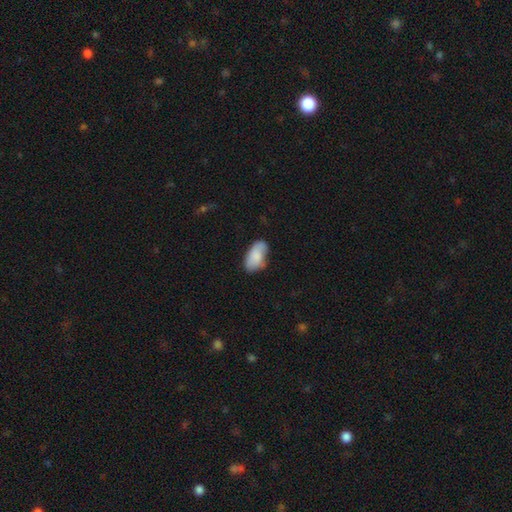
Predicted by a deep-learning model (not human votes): A smooth galaxy with no disk features (83%) that is in between round and cigar-shaped (94%).

Vote fractions:
- Smooth or featured? smooth: 83% / featured or disk: 10% / star or artifact: 7%
- How rounded? in between: 94% / round: 3% / cigar-shaped: 3%
- Merging? none: 61% / minor disturbance: 29% / major disturbance: 7% / merger: 3%